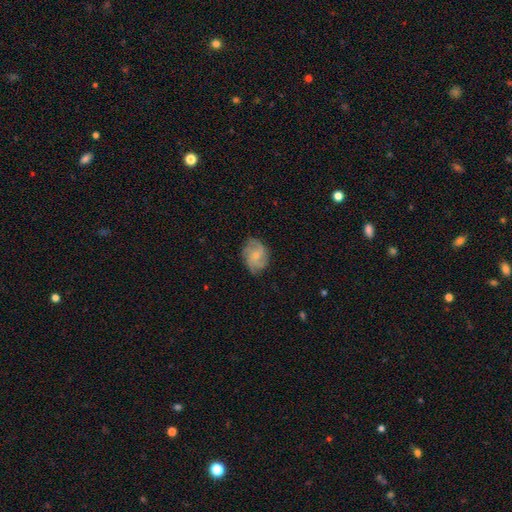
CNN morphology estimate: This is likely a featured or disk galaxy (68%). It is clearly not viewed edge-on (98%). Bar: likely no (68%). Spiral arm pattern: clearly yes (94%). Spiral arm count: marginally 3 (39%). Spiral winding: possibly medium (48%). Central bulge: likely small (60%). Merging: likely none (76%).